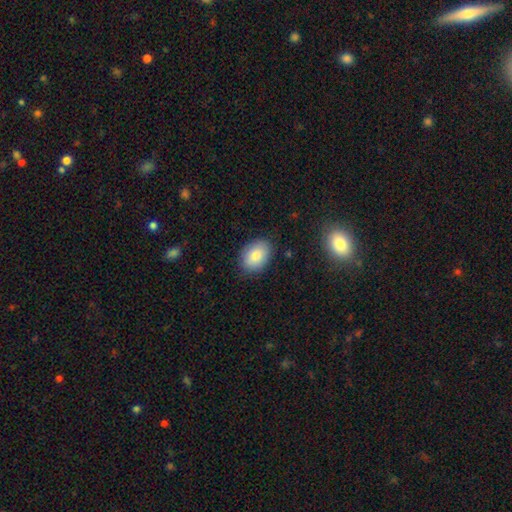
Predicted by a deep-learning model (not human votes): smooth 84%, featured or disk 9%, star or artifact 7%. Down the decision tree: how rounded — in between (79%); merging — none (84%).